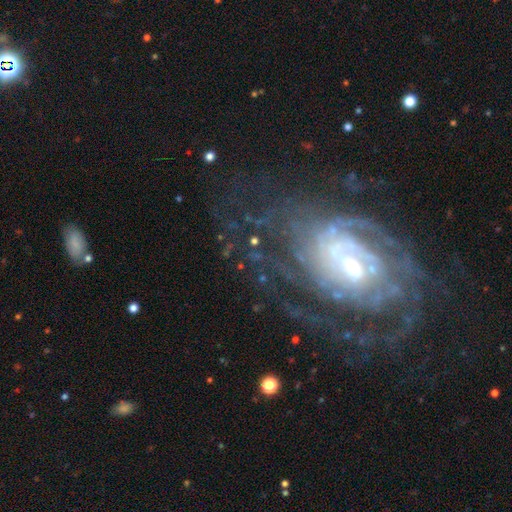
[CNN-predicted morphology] Overall: featured or disk (84%). Edge-on disk: no (96%). Bar: weak (41%; no 37%). Spiral arms: yes (92%). Spiral arm count: can't tell (43%; 2 15%). Spiral winding: tight (70%). Bulge size: small (44%; moderate 41%). Merging: none (63%).